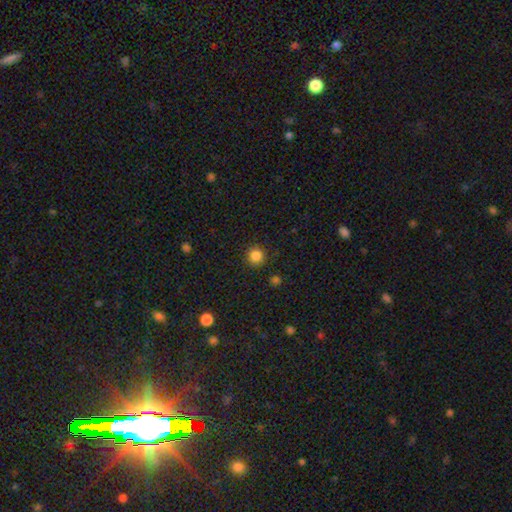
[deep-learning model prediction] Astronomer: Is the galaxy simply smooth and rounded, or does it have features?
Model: smooth — 85%.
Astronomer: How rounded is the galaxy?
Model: round — 95%.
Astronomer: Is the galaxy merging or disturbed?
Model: none — 91%.